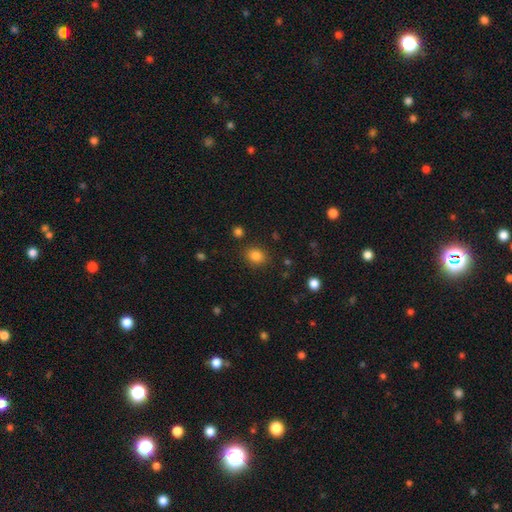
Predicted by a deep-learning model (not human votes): Smooth or featured? Predicted: smooth (p=0.84). How rounded? Predicted: round (p=0.57). Merging? Predicted: none (p=0.85).